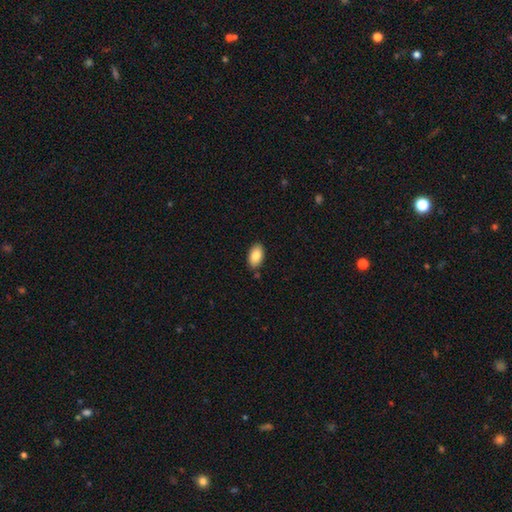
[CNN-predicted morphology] This is clearly a smooth galaxy (85%). How rounded: clearly in between (94%). Merging: clearly none (85%).